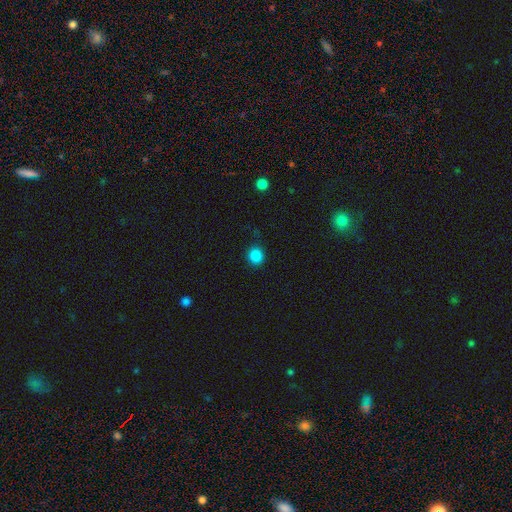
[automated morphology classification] This appears to be a smooth galaxy with no disk features (86%) that is round (85%). Merging: none (86%).